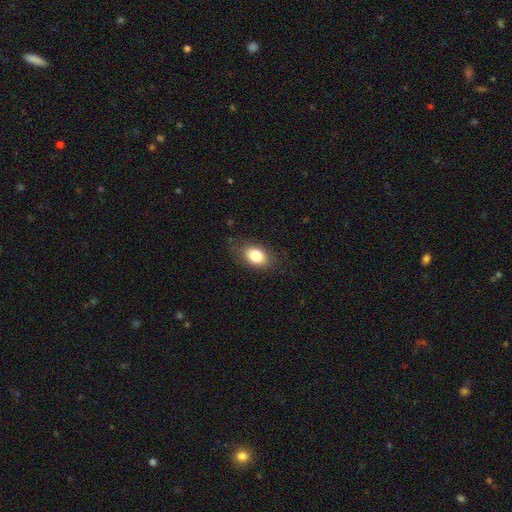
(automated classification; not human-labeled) Q: Smooth or featured?
A: smooth (81%); runner-up: featured or disk (10%)
Q: How rounded?
A: in between (81%); runner-up: round (17%)
Q: Merging?
A: none (79%); runner-up: minor disturbance (15%)